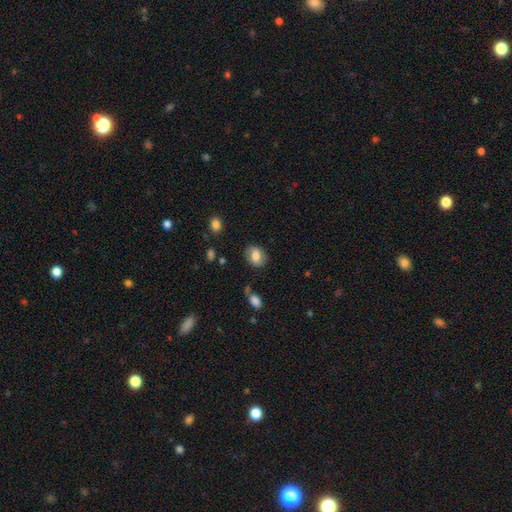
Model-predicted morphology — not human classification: smooth_or_featured: smooth (p=0.73) [alt: featured or disk p=0.19]
how_rounded: in between (p=0.59) [alt: round p=0.40]
merging: none (p=0.78) [alt: minor disturbance p=0.15]